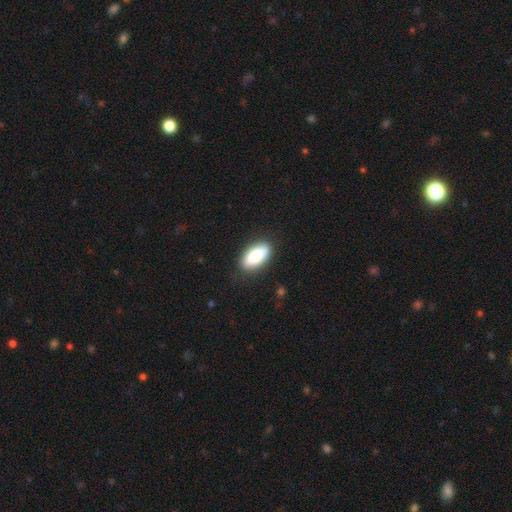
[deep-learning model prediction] smooth_or_featured: smooth (p=0.85) [alt: featured or disk p=0.09]
how_rounded: in between (p=0.91) [alt: cigar-shaped p=0.06]
merging: none (p=0.83) [alt: minor disturbance p=0.13]